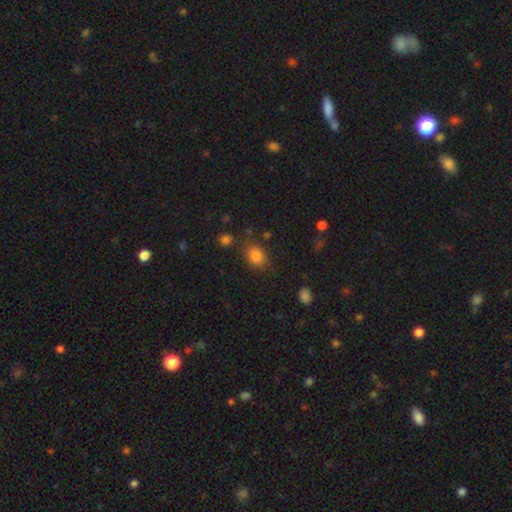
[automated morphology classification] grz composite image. It shows a smooth galaxy with no disk features (84%) that is in between round and cigar-shaped (60%). Merging: none (75%).